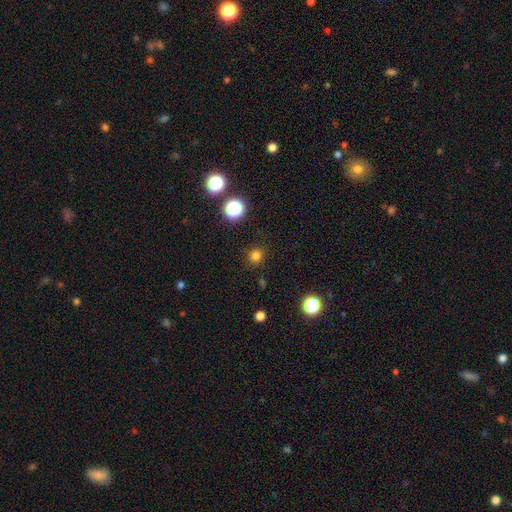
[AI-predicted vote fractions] Smooth or featured? smooth (78%)
How rounded? round (92%)
Merging? none (90%)